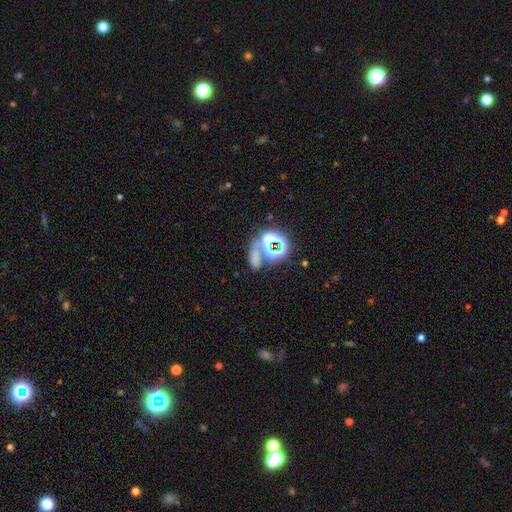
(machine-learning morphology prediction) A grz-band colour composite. It shows a star or artifact, not a galaxy (47%).